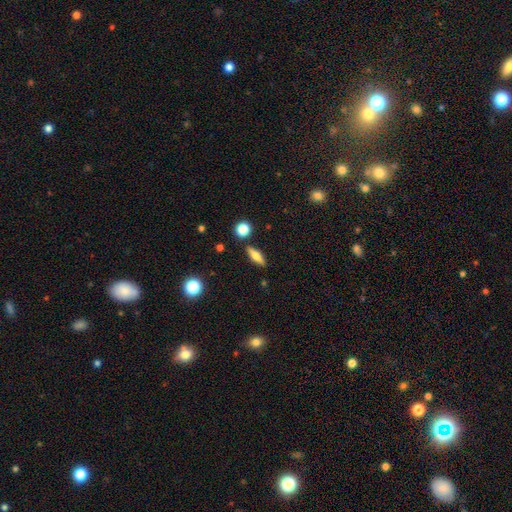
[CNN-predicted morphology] smooth_or_featured: smooth (p=0.58) [alt: featured or disk p=0.33]
how_rounded: in between (p=0.49) [alt: cigar-shaped p=0.45]
merging: none (p=0.86) [alt: minor disturbance p=0.08]